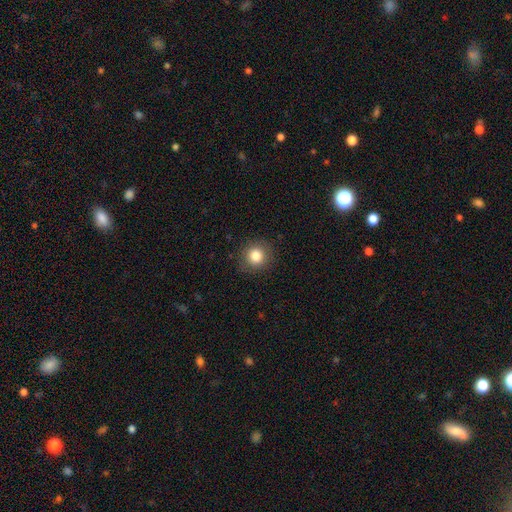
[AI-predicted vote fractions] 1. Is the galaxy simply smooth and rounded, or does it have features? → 83% smooth, 11% star or artifact, 7% featured or disk.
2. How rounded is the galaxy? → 90% round, 9% in between, 1% cigar-shaped.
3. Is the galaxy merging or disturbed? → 88% none, 8% minor disturbance, 3% major disturbance, 1% merger.